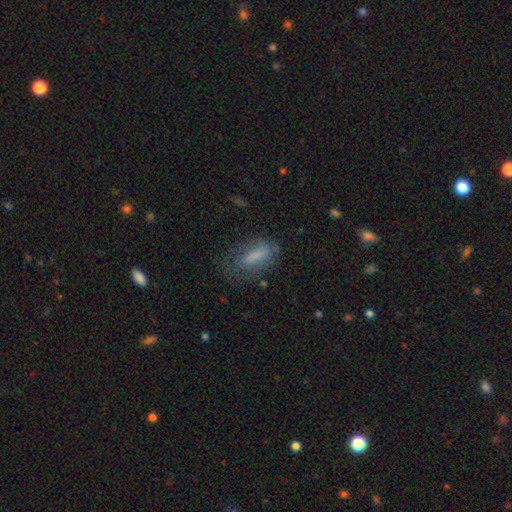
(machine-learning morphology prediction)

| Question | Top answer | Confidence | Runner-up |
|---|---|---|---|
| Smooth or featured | smooth | 68% | featured or disk (22%) |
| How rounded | in between | 63% | cigar-shaped (33%) |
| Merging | none | 52% | minor disturbance (25%) |